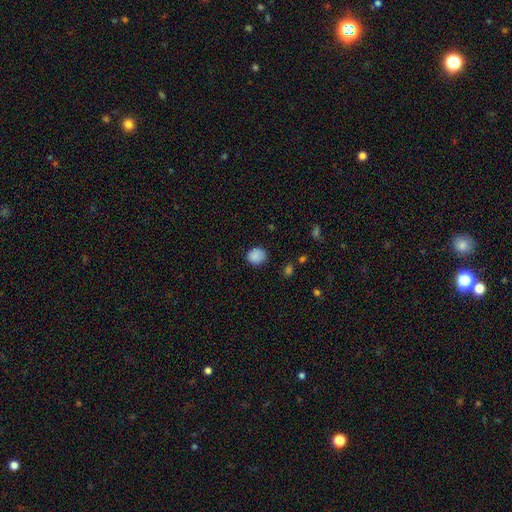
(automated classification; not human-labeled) smooth 87%, star or artifact 9%, featured or disk 4%. Down the decision tree: how rounded — round (71%); merging — none (79%).